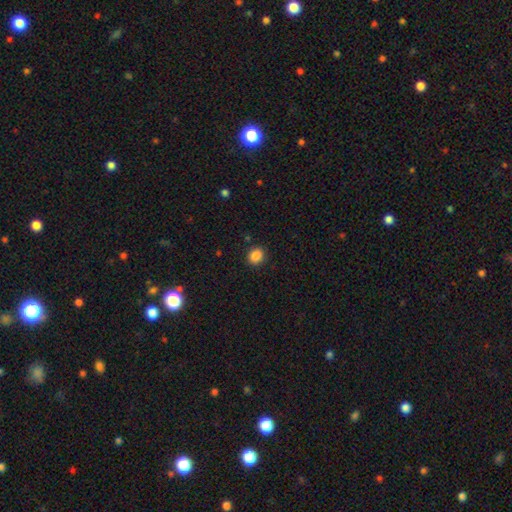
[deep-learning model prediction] This is clearly a smooth galaxy (87%). How rounded: likely round (65%). Merging: clearly none (88%).